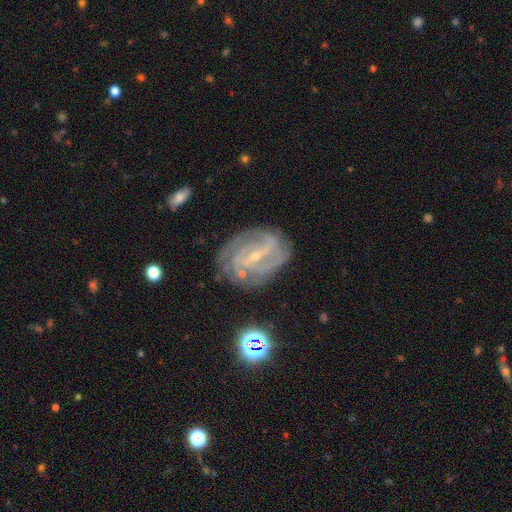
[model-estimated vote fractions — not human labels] A featured or disk galaxy (86%) with a strong bar (45%), 2 (38%) tight (59%) spiral arms (95%) and a small central bulge (79%).

Vote fractions:
- Smooth or featured? featured or disk: 86% / star or artifact: 7% / smooth: 6%
- Edge-on disk? no: 96% / yes: 4%
- Bar? strong: 45% / weak: 39% / no: 16%
- Spiral arms? yes: 95% / no: 5%
- Spiral winding? tight: 59% / medium: 33% / loose: 8%
- Spiral arm count? 2: 38% / can't tell: 23% / 3: 19% / 4: 10% / more than 4: 5% / 1: 5%
- Bulge size? small: 79% / moderate: 16% / none: 2% / large: 1% / dominant: 1%
- Merging? none: 73% / minor disturbance: 18% / major disturbance: 7% / merger: 2%